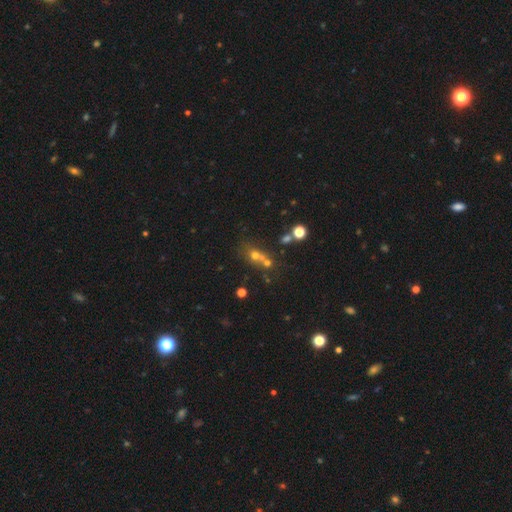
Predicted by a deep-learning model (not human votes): smooth-or-featured: smooth: 56% | star or artifact: 24% | featured or disk: 20%
  how-rounded: round: 72% | in between: 26% | cigar-shaped: 2%
  merging: merger: 48% | none: 38% | minor disturbance: 9% | major disturbance: 6%